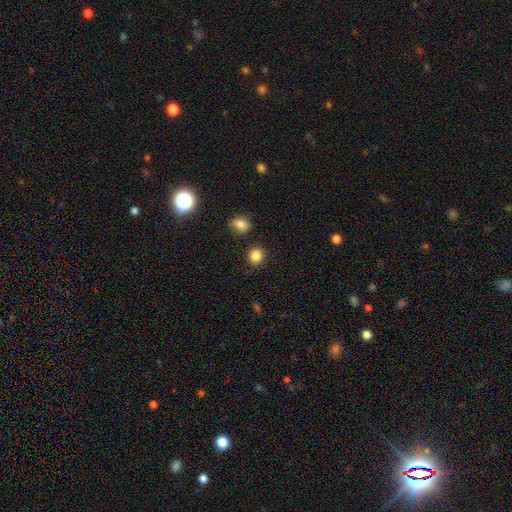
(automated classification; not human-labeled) Overall: smooth (85%). How rounded: round (77%). Merging: none (87%).